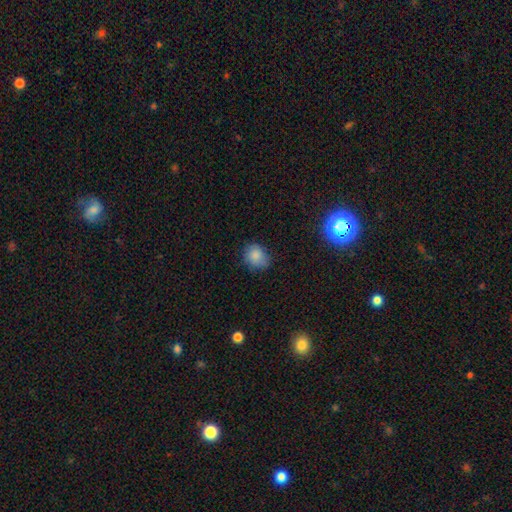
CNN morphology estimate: Smooth or featured? Predicted: smooth (p=0.84). How rounded? Predicted: round (p=0.55). Merging? Predicted: none (p=0.70).